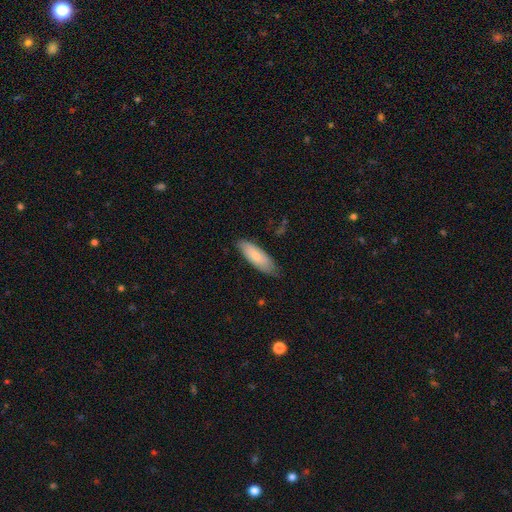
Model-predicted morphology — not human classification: Smooth or featured?
  - smooth: 74% *
  - featured or disk: 21%
  - star or artifact: 5%
How rounded?
  - in between: 67% *
  - cigar-shaped: 31%
  - round: 2%
Merging?
  - none: 77% *
  - minor disturbance: 19%
  - major disturbance: 3%
  - merger: 1%